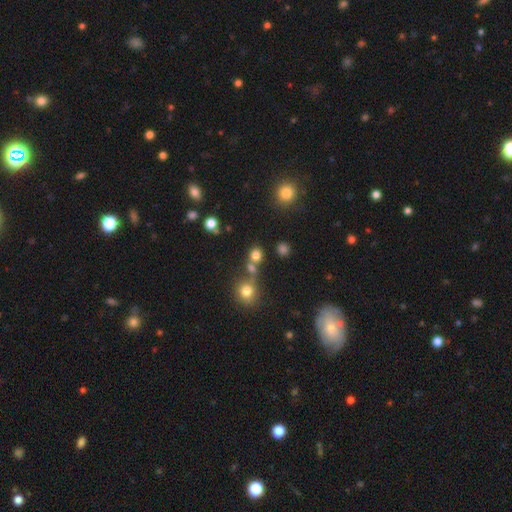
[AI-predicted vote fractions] A smooth galaxy with no disk features (76%) that is round (78%).

Vote fractions:
- Smooth or featured? smooth: 76% / star or artifact: 17% / featured or disk: 7%
- How rounded? round: 78% / in between: 21% / cigar-shaped: 1%
- Merging? none: 61% / merger: 26% / minor disturbance: 9% / major disturbance: 4%